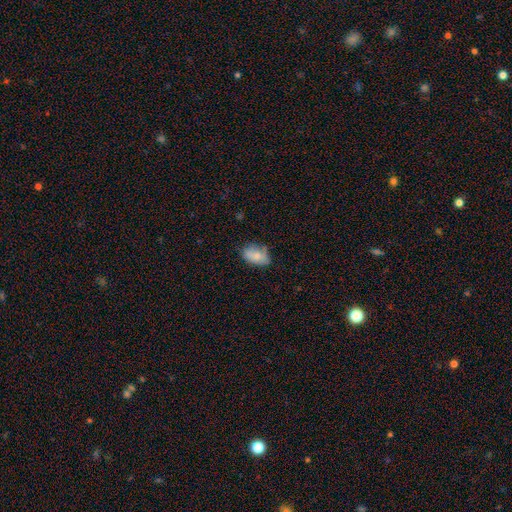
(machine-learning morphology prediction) This is likely a smooth galaxy (78%). How rounded: clearly in between (88%). Merging: likely none (65%).